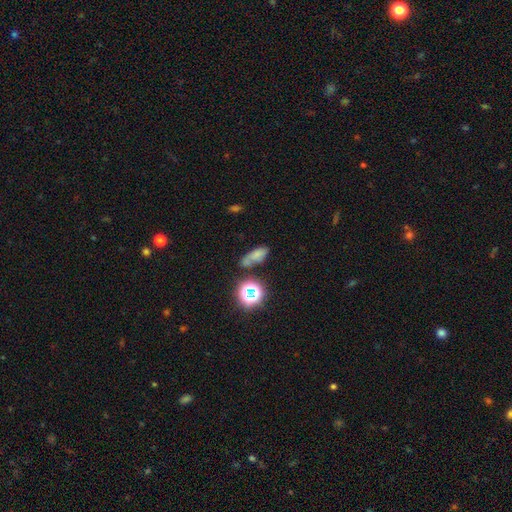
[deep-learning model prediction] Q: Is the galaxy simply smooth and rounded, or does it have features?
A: smooth — 61%.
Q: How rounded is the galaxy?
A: in between — 70%.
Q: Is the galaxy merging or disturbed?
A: none — 50%.